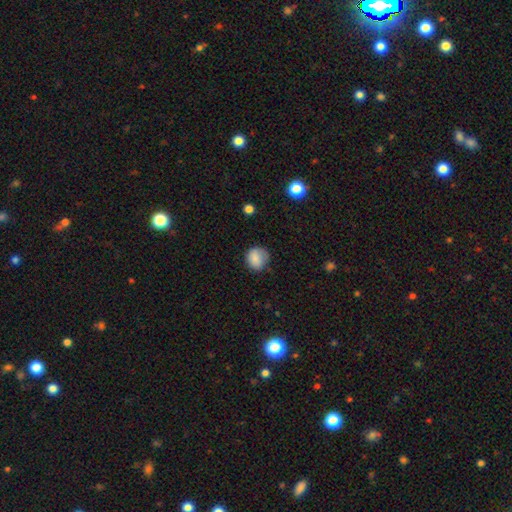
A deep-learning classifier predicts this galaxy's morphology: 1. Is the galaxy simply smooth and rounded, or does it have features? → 84% smooth, 9% star or artifact, 7% featured or disk.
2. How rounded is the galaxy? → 81% round, 18% in between, 1% cigar-shaped.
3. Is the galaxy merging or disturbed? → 70% none, 23% minor disturbance, 6% major disturbance, 1% merger.